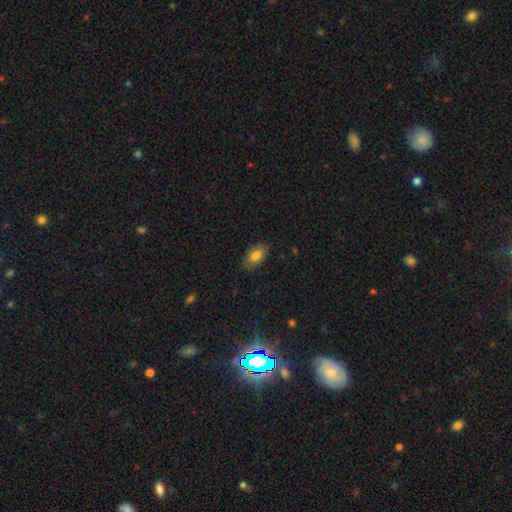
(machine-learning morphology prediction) Overall: smooth (79%). How rounded: in between (92%). Merging: none (82%).